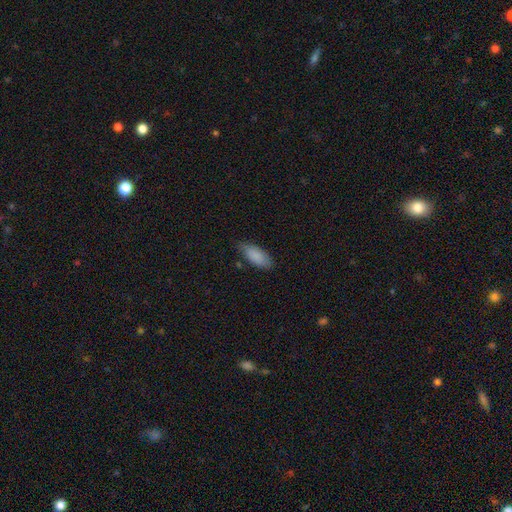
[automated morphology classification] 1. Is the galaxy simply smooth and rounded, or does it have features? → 87% smooth, 7% featured or disk, 6% star or artifact.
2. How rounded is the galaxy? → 84% in between, 15% cigar-shaped, 2% round.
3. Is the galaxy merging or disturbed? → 70% none, 25% minor disturbance, 4% major disturbance, 2% merger.